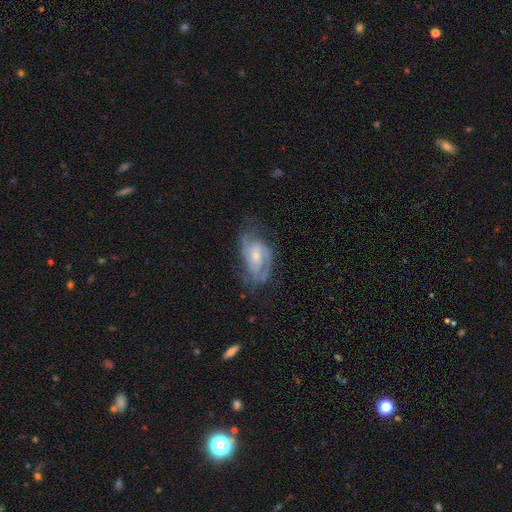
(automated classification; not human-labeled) smooth-or-featured: featured or disk: 79% | smooth: 14% | star or artifact: 6%
  disk-edge-on: no: 96% | yes: 4%
    bar: no: 50% | weak: 41% | strong: 9%
    has-spiral-arms: yes: 92% | no: 8%
      spiral-winding: medium: 46% | tight: 34% | loose: 19%
      spiral-arm-count: 2: 49% | can't tell: 23% | 3: 17% | 1: 5% | 4: 4% | more than 4: 3%
    bulge-size: small: 57% | moderate: 37% | none: 3% | large: 2% | dominant: 1%
  merging: none: 55% | minor disturbance: 25% | major disturbance: 18% | merger: 2%